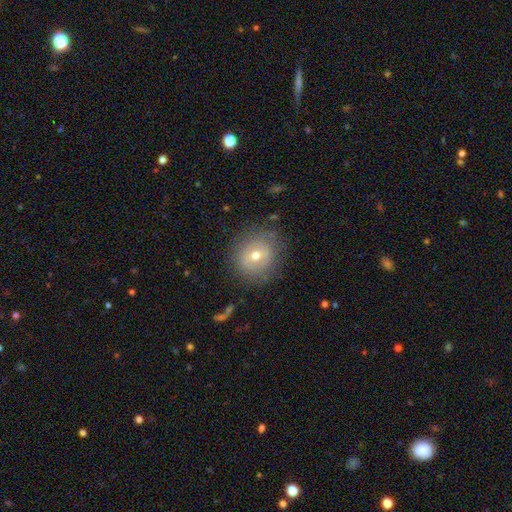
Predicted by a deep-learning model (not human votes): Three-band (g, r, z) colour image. It shows a smooth galaxy with no disk features (53%) that is round (86%). Merging: none (80%).